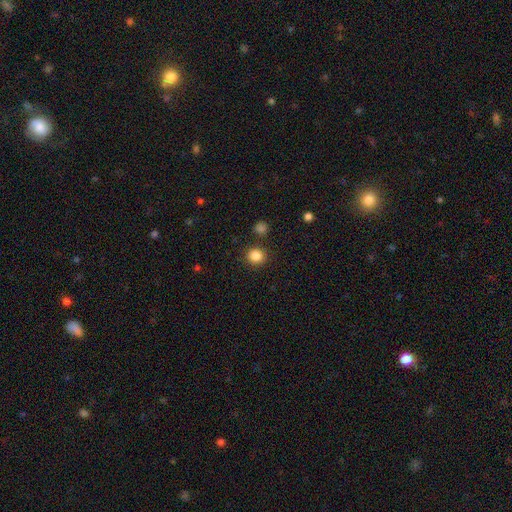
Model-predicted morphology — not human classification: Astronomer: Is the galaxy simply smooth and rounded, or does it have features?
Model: smooth — 85%.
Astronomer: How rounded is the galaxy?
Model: round — 89%.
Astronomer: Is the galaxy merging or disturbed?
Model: none — 87%.